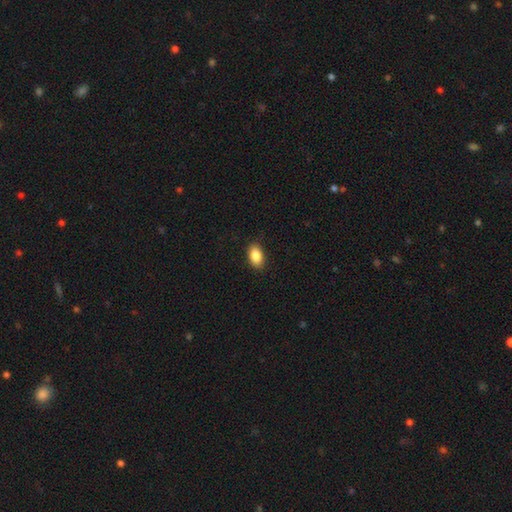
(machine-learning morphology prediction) This appears to be a smooth galaxy with no disk features (87%) that is in between round and cigar-shaped (90%). Merging: none (88%).